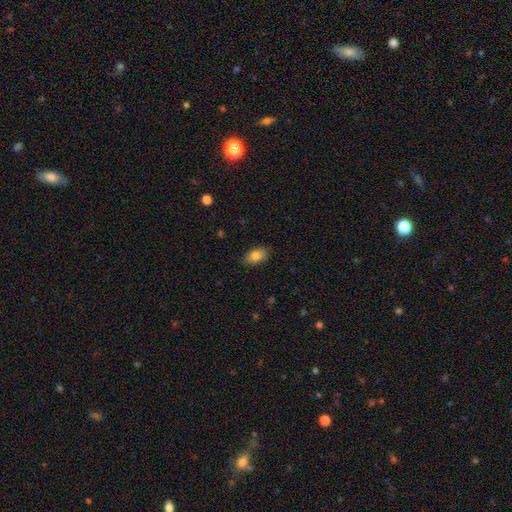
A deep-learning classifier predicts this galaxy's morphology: The model was most divided on "smooth or featured": smooth: 83%, featured or disk: 9%, star or artifact: 8%. More confident: how rounded — in between (90%); merging — none (86%).